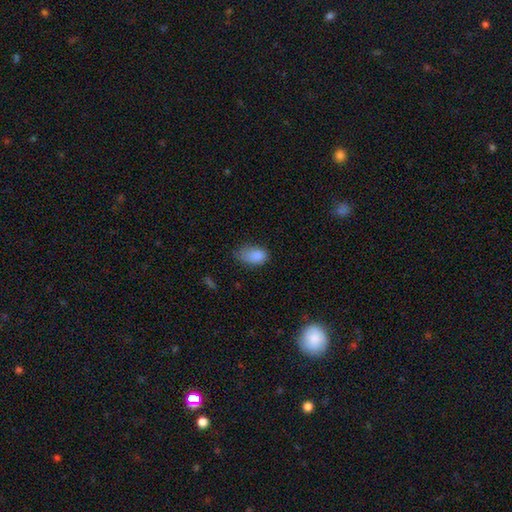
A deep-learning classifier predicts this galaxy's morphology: A smooth galaxy with no disk features (86%) that is in between round and cigar-shaped (90%). Merging: none (46%).